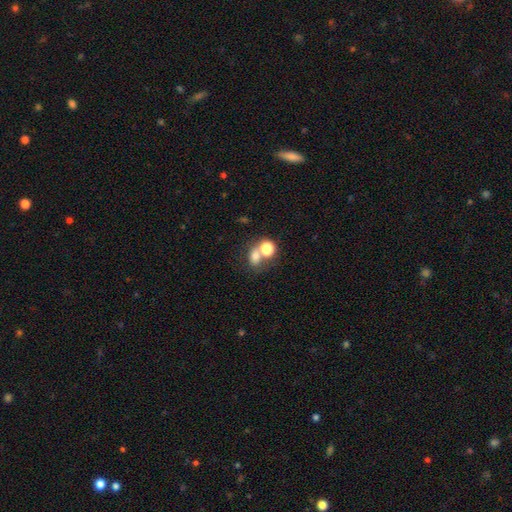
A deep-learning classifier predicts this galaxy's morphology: Smooth or featured? Predicted: smooth (p=0.71). How rounded? Predicted: round (p=0.52). Merging? Predicted: merger (p=0.48).